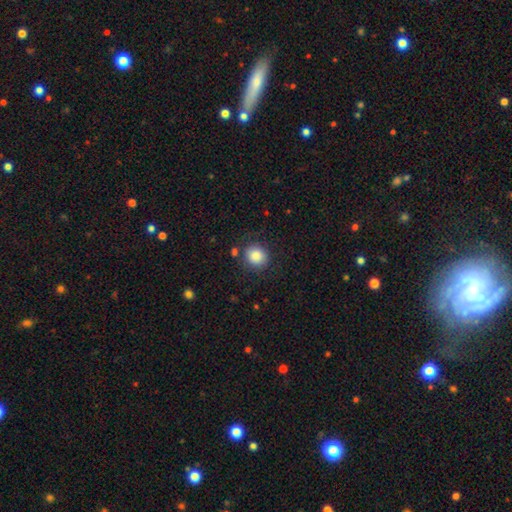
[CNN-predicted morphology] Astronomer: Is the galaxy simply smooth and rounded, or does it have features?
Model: smooth — 86%.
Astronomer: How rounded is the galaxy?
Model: round — 87%.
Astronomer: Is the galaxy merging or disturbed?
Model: none — 82%.